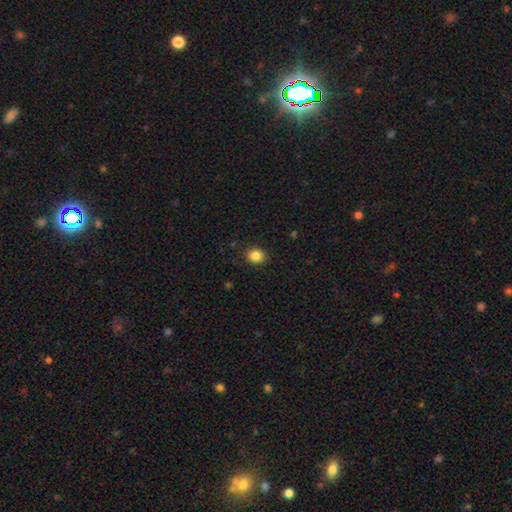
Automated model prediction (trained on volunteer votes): A smooth galaxy with no disk features (86%) that is round (67%). Merging: none (89%).